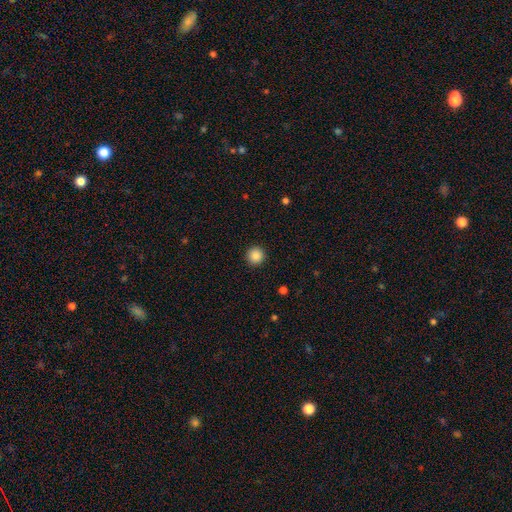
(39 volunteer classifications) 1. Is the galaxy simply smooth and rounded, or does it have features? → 90% smooth, 10% star or artifact, 0% featured or disk.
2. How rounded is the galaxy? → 97% round, 3% in between, 0% cigar-shaped.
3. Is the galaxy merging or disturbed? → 97% none, 3% minor disturbance, 0% major disturbance, 0% merger.